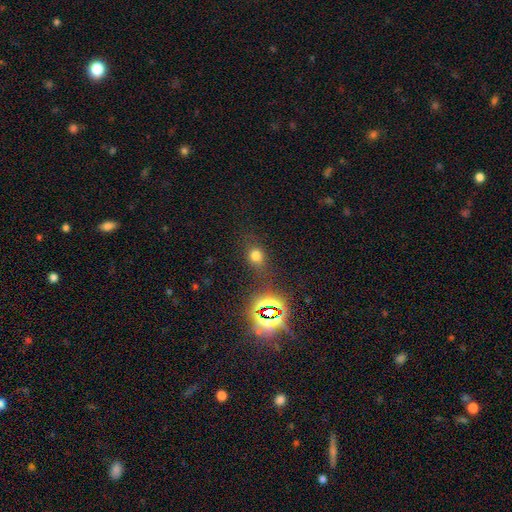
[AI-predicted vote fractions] Smooth or featured? smooth (65%)
How rounded? round (68%)
Merging? none (72%)